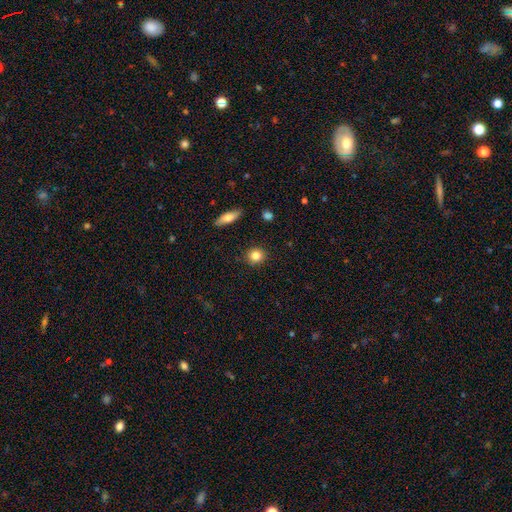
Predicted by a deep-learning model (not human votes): Smooth or featured: smooth — 83% (star or artifact — 9%)
How rounded: round — 86% (in between — 12%)
Merging: none — 89% (minor disturbance — 7%)